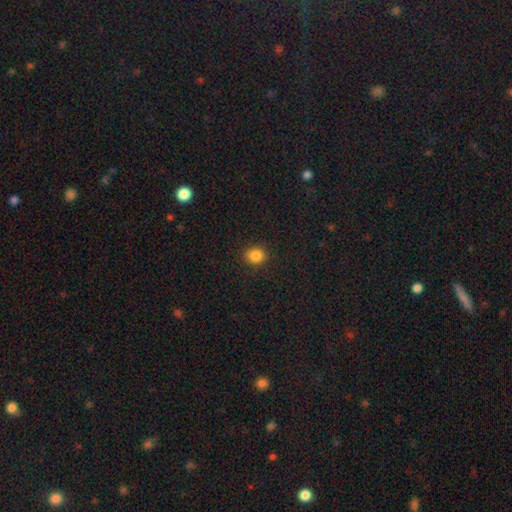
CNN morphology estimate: The model was most divided on "how rounded": round: 72%, in between: 27%, cigar-shaped: 1%. More confident: merging — none (90%); smooth or featured — smooth (85%).